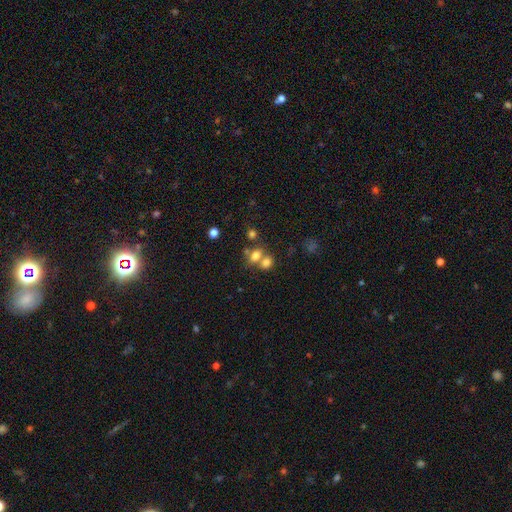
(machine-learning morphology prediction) A smooth galaxy with no disk features (73%) that is in between round and cigar-shaped (60%).

Vote fractions:
- Smooth or featured? smooth: 73% / star or artifact: 14% / featured or disk: 14%
- How rounded? in between: 60% / round: 38% / cigar-shaped: 2%
- Merging? merger: 54% / none: 34% / minor disturbance: 8% / major disturbance: 4%